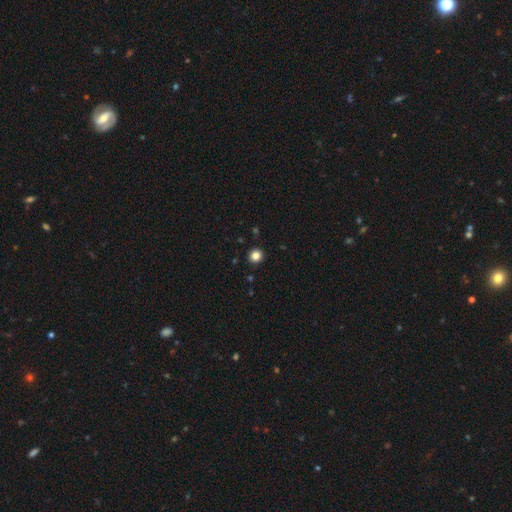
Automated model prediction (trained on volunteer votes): The model was most divided on "smooth or featured": smooth: 84%, star or artifact: 12%, featured or disk: 4%. More confident: merging — none (92%); how rounded — round (90%).